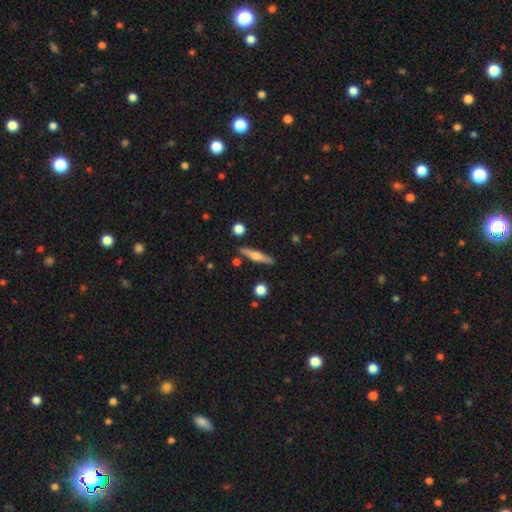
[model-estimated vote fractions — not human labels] Morphology: type=featured or disk (54%); edge-on=yes (95%); edge-on bulge=rounded (88%); merging=none (87%).